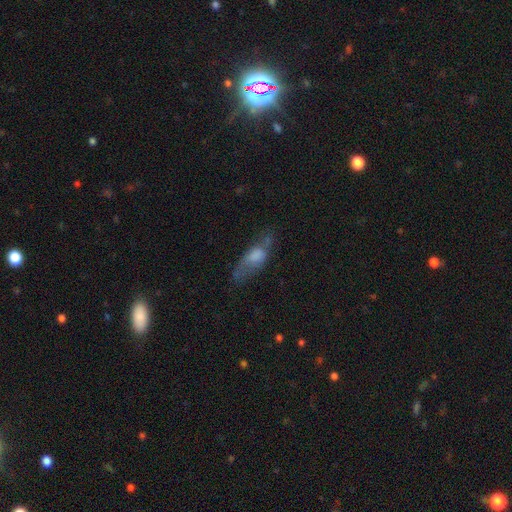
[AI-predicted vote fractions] Smooth or featured? smooth (48%)
Merging? none (51%)